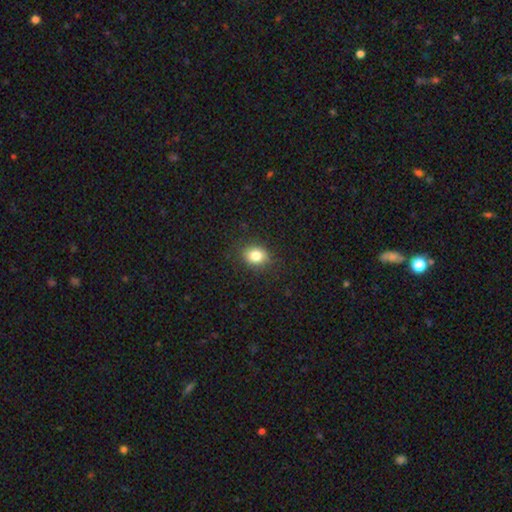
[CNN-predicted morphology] smooth 82%, star or artifact 10%, featured or disk 7%. Down the decision tree: how rounded — in between (52%); merging — none (87%).